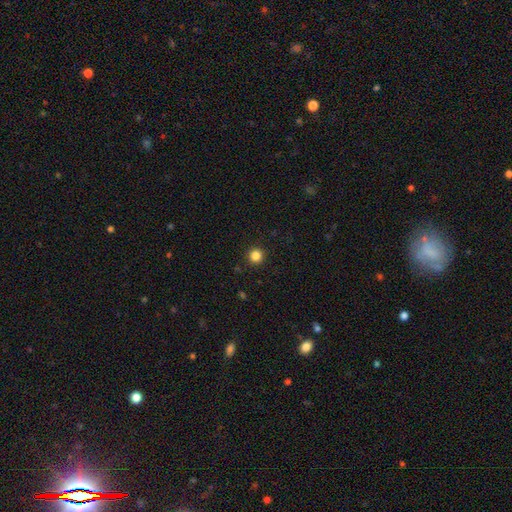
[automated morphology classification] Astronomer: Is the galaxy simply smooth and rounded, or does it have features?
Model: smooth — 84%.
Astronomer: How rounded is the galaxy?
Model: round — 96%.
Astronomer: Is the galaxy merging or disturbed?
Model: none — 93%.